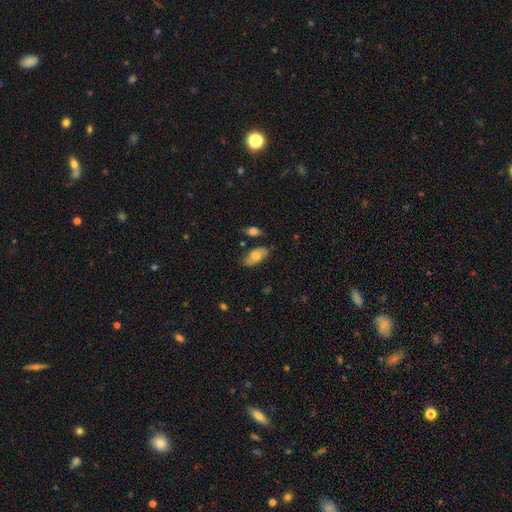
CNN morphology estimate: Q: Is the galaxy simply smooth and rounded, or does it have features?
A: smooth — 65%.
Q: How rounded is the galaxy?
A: in between — 92%.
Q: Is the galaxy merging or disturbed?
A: none — 73%.